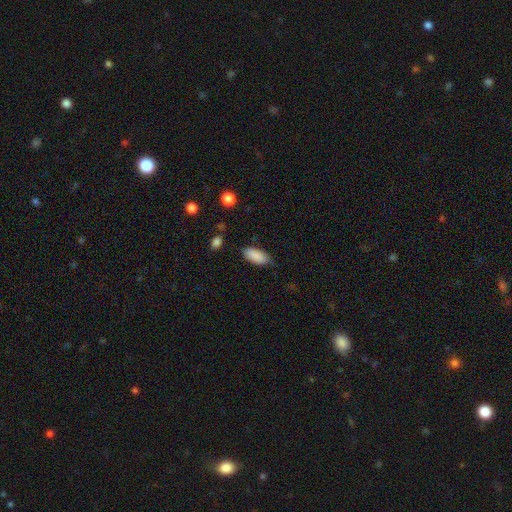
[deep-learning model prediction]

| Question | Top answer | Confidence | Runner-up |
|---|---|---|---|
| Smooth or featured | smooth | 89% | star or artifact (7%) |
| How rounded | in between | 90% | cigar-shaped (8%) |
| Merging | none | 77% | minor disturbance (18%) |